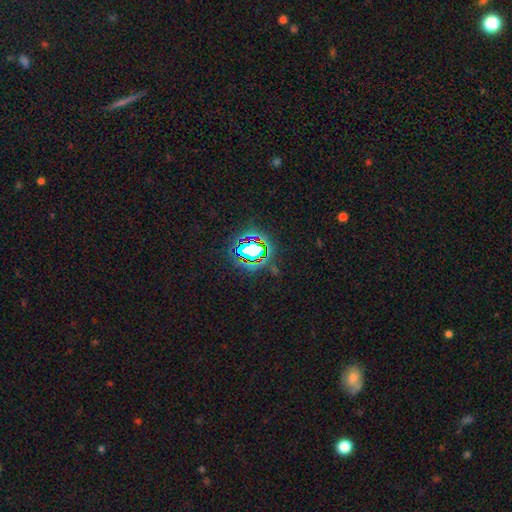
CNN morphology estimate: Smooth or featured? star or artifact (74%)